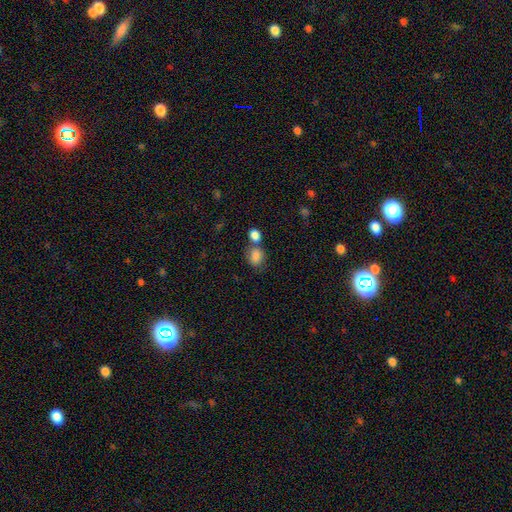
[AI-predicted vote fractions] This is clearly a smooth galaxy (84%). How rounded: possibly round (51%). Merging: possibly none (47%).